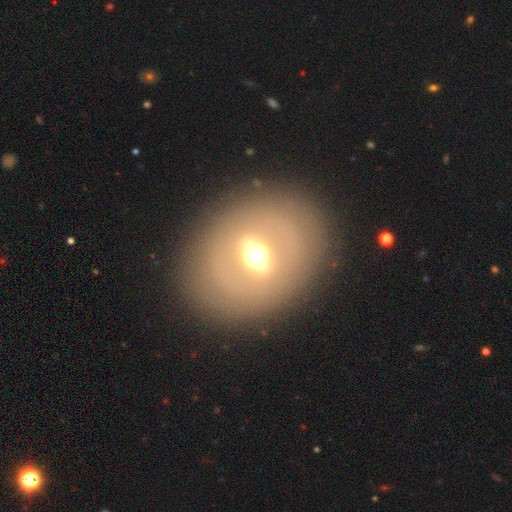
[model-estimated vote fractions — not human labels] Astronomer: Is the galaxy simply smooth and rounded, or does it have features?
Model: featured or disk — 57%.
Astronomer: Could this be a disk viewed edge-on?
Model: no — 72%.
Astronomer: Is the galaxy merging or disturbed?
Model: none — 84%.